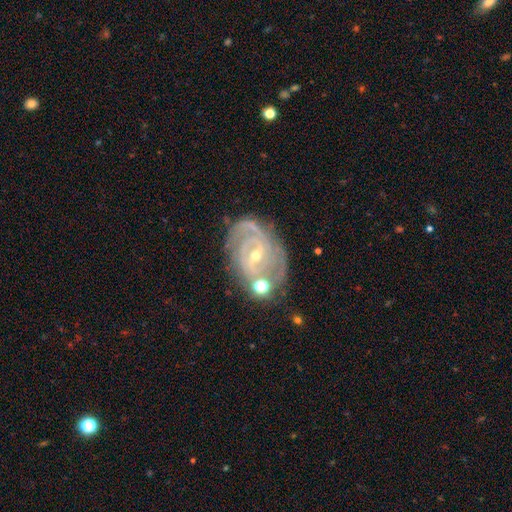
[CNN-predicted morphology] Smooth or featured: featured or disk — 87% (star or artifact — 7%)
Edge-on disk: no — 96% (yes — 4%)
Bar: weak — 47% (no — 28%)
Spiral arms: yes — 96% (no — 4%)
Spiral winding: tight — 64% (medium — 30%)
Spiral arm count: 2 — 35% (3 — 25%)
Bulge size: small — 64% (moderate — 34%)
Merging: none — 63% (minor disturbance — 19%)